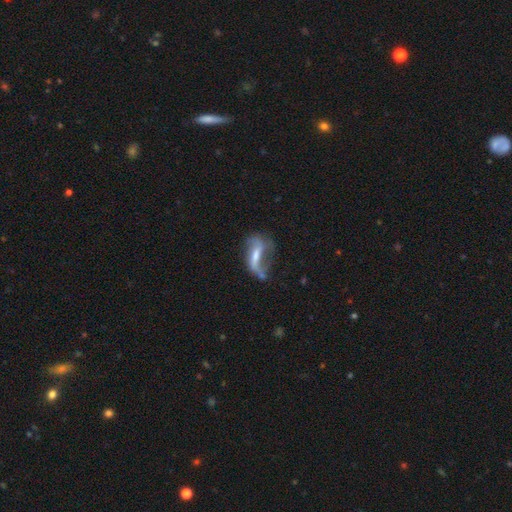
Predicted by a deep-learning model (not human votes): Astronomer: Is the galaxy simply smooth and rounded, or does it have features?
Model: featured or disk — 67%.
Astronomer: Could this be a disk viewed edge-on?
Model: no — 89%.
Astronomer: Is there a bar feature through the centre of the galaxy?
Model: strong — 40% (runner-up: weak, 39%).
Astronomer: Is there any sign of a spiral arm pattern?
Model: yes — 78%.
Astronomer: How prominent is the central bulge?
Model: moderate — 40% (runner-up: small, 33%).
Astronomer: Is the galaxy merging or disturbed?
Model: none — 36% (runner-up: major disturbance, 32%).